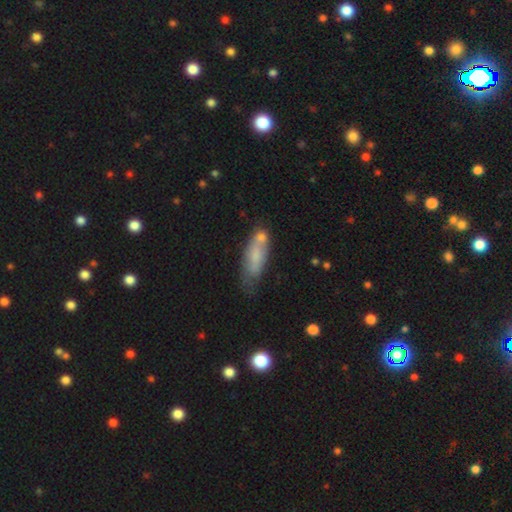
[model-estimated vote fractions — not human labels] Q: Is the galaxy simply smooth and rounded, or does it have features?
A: smooth — 65%.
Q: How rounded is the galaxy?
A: in between — 59%.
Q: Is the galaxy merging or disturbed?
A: none — 43%.